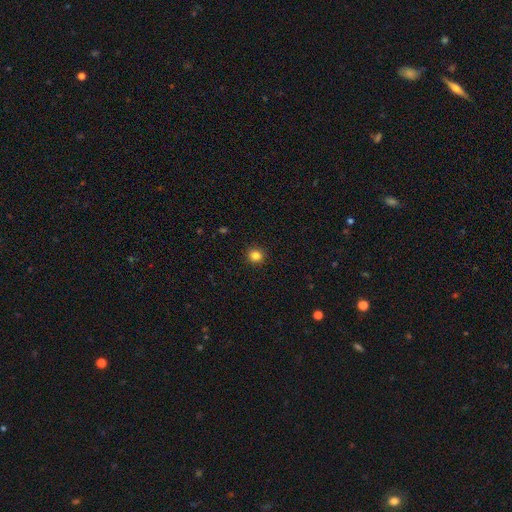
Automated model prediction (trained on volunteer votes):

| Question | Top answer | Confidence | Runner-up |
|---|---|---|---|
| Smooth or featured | smooth | 83% | star or artifact (12%) |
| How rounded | round | 89% | in between (10%) |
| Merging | none | 92% | minor disturbance (5%) |